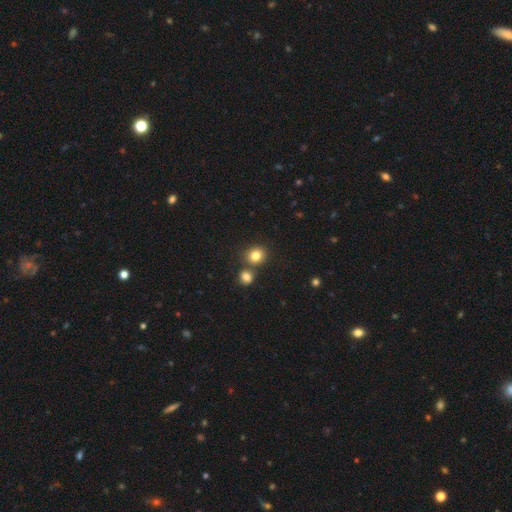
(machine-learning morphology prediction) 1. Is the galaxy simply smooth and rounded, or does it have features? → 82% smooth, 12% star or artifact, 6% featured or disk.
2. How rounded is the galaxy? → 78% round, 21% in between, 1% cigar-shaped.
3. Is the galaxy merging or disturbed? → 68% none, 21% merger, 8% minor disturbance, 3% major disturbance.